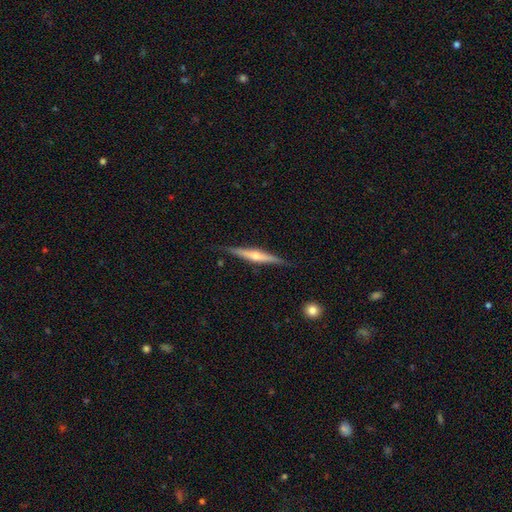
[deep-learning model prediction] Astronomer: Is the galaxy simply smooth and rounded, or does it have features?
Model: featured or disk — 72%.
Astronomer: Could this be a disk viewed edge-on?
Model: yes — 98%.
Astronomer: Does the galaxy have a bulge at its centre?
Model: rounded — 87%.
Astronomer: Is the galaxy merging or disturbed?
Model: none — 88%.